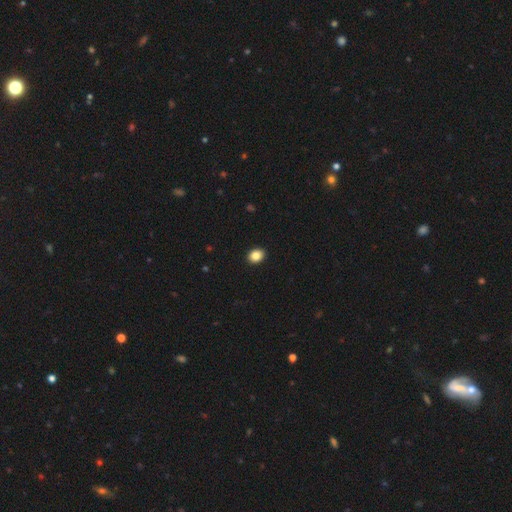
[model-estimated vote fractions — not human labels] Smooth or featured? smooth (86%)
How rounded? in between (55%)
Merging? none (92%)